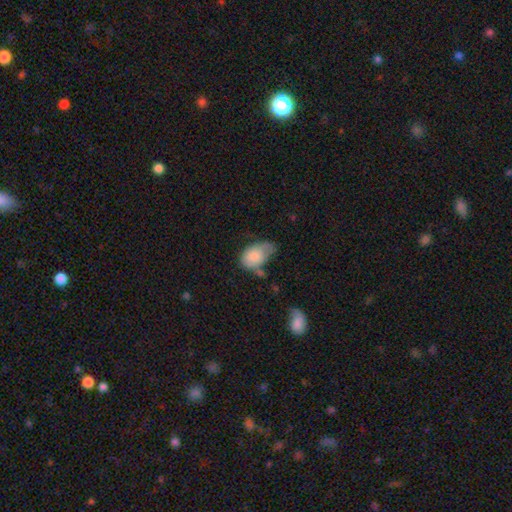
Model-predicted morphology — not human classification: This appears to be a smooth galaxy with no disk features (77%) that is in between round and cigar-shaped (89%). Merging: minor disturbance (39%).